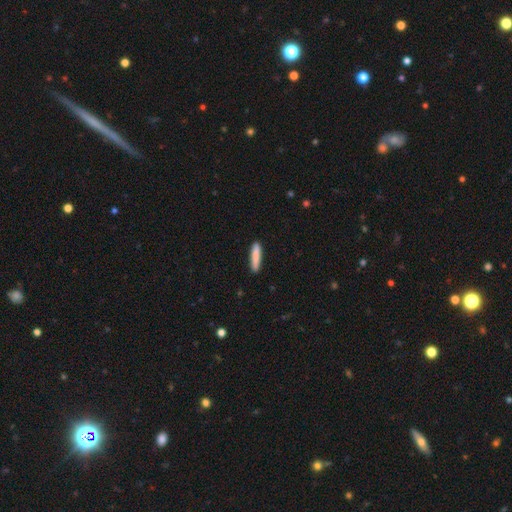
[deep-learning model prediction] The model was most divided on "smooth or featured": smooth: 86%, featured or disk: 9%, star or artifact: 6%. More confident: merging — none (90%); how rounded — cigar-shaped (89%).